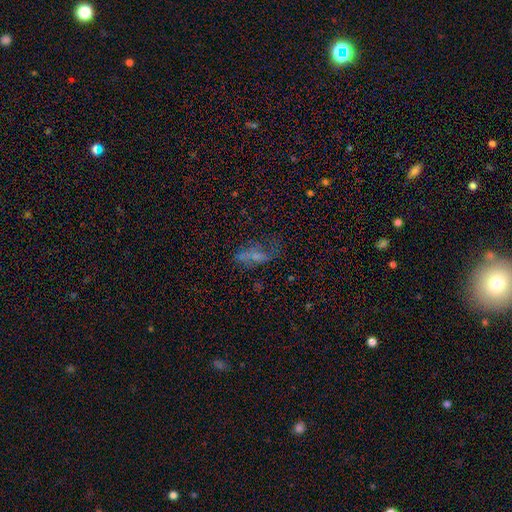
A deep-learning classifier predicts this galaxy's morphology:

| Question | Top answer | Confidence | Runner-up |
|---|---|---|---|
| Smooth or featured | smooth | 39% | featured or disk (37%) |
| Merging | none | 47% | major disturbance (24%) |